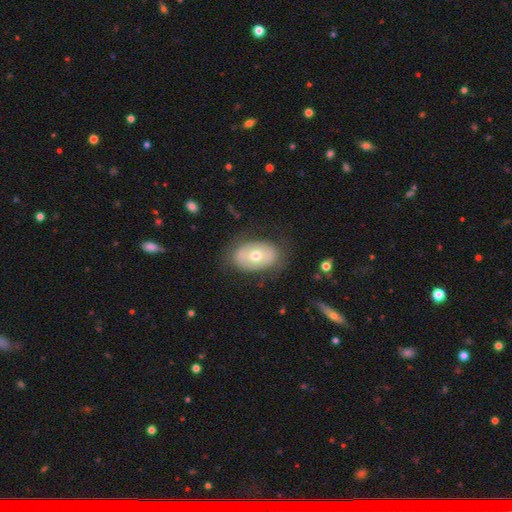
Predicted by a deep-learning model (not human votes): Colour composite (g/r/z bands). It shows a smooth galaxy with no disk features (53%) that is in between round and cigar-shaped (85%). Merging: none (75%).